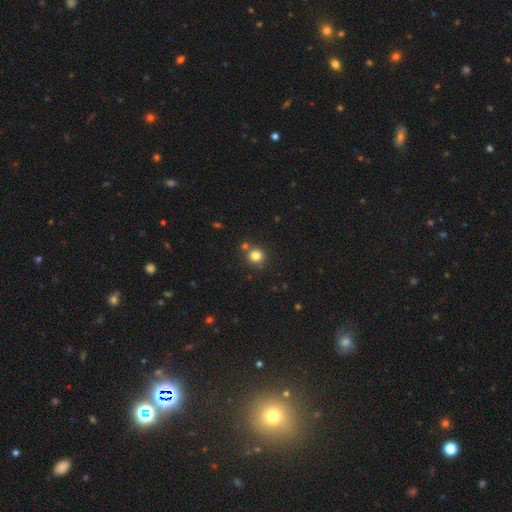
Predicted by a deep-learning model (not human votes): Smooth or featured? smooth (81%)
How rounded? round (92%)
Merging? none (76%)